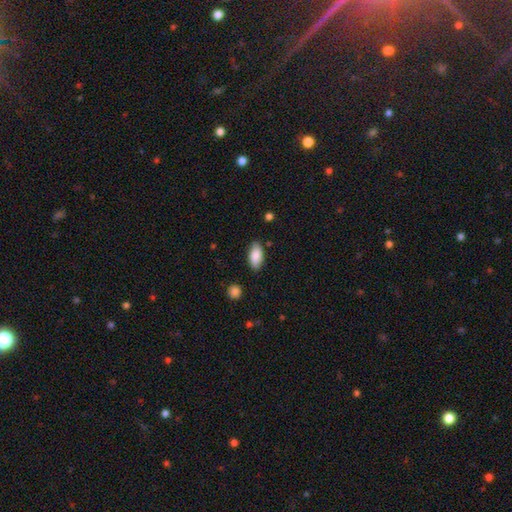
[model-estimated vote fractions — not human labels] Overall: smooth (86%). How rounded: in between (91%). Merging: none (83%).